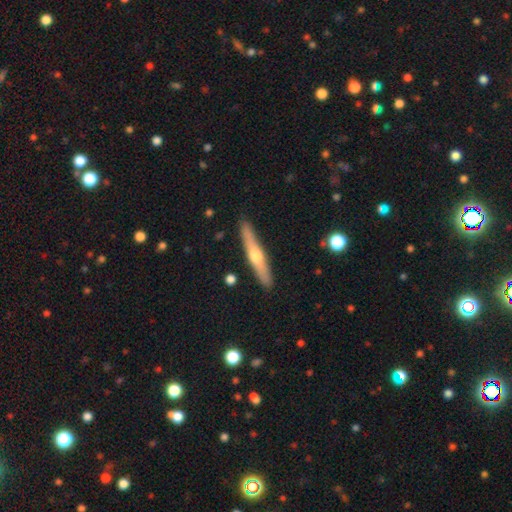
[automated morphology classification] Overall: featured or disk (58%; smooth 37%). Edge-on disk: yes (95%). Edge-on bulge: rounded (89%). Merging: none (90%).